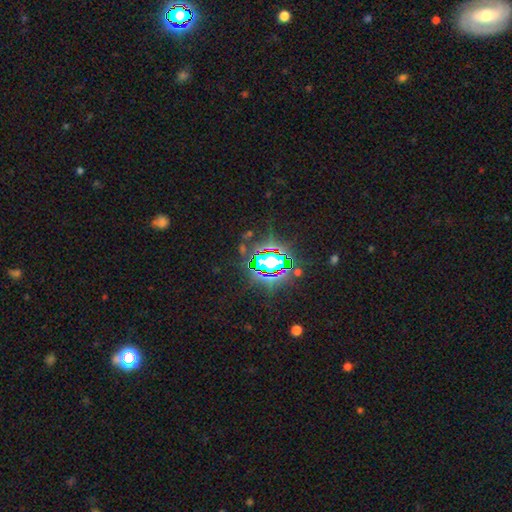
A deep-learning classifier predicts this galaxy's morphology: smooth_or_featured: star or artifact (p=0.82) [alt: smooth p=0.10]